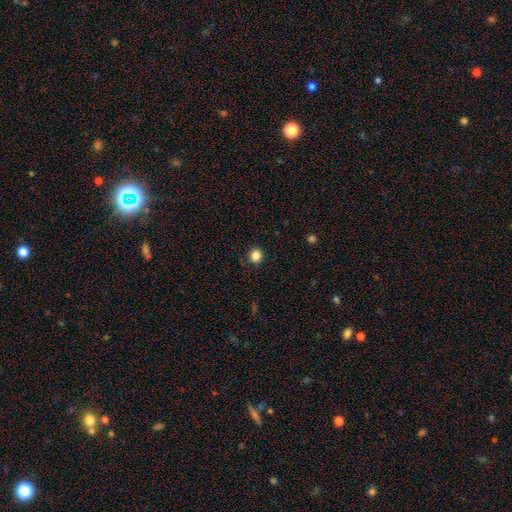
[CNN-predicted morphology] smooth_or_featured: smooth (p=0.85) [alt: star or artifact p=0.11]
how_rounded: round (p=0.88) [alt: in between p=0.11]
merging: none (p=0.89) [alt: minor disturbance p=0.08]